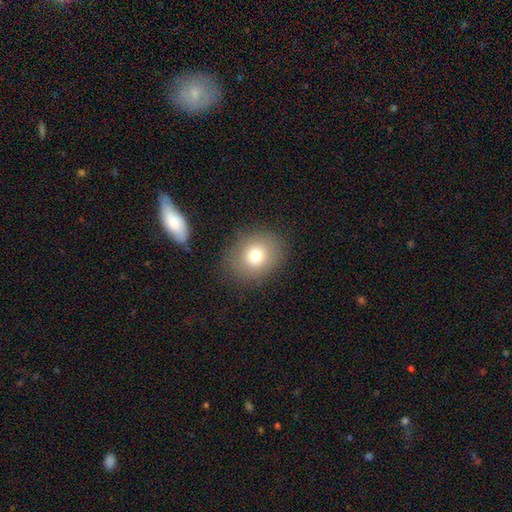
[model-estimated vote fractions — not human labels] Overall: smooth (75%). How rounded: round (66%; in between 34%). Merging: none (84%).